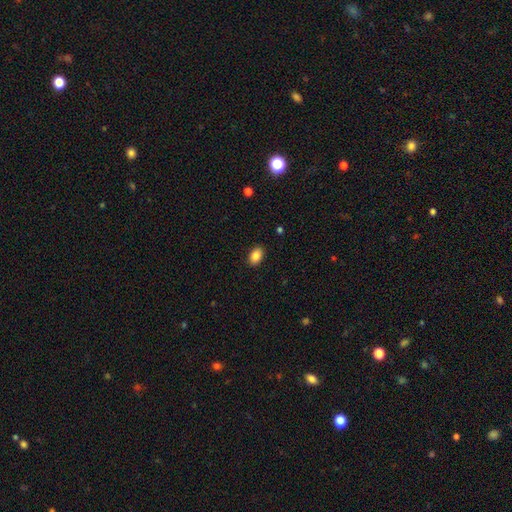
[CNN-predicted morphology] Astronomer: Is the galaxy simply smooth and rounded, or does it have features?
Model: smooth — 87%.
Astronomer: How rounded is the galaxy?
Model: in between — 89%.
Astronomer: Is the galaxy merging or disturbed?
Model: none — 89%.